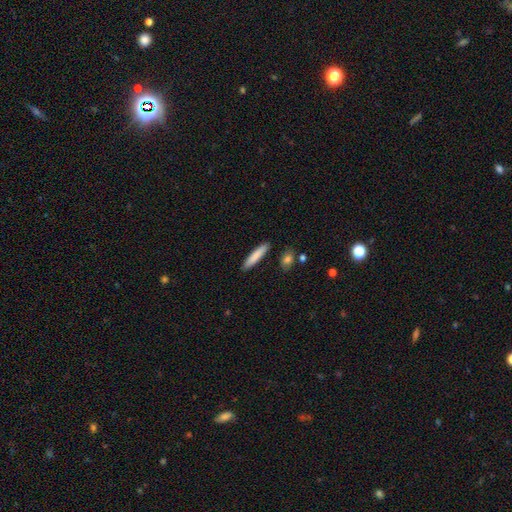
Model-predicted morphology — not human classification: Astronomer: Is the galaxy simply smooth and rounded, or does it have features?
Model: smooth — 83%.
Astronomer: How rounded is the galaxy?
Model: cigar-shaped — 88%.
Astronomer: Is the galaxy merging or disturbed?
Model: none — 89%.